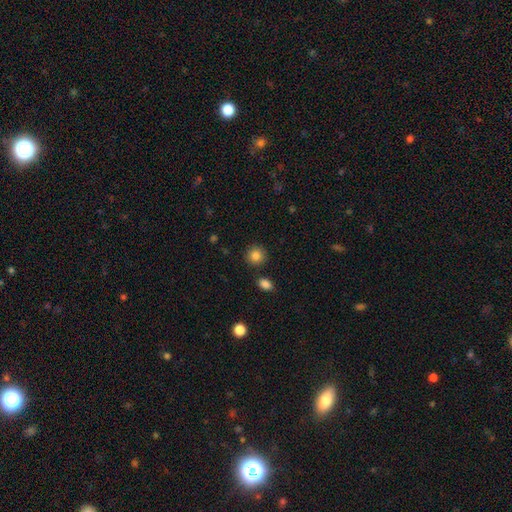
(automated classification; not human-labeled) Smooth or featured: smooth — 86% (star or artifact — 9%)
How rounded: round — 90% (in between — 9%)
Merging: none — 88% (minor disturbance — 7%)